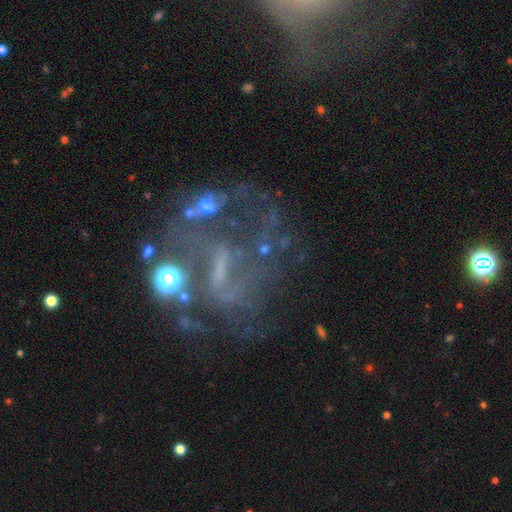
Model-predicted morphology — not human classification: smooth-or-featured: featured or disk: 67% | star or artifact: 22% | smooth: 11%
  disk-edge-on: no: 96% | yes: 4%
    bar: no: 37% | weak: 36% | strong: 27%
    has-spiral-arms: yes: 55% | no: 45%
    bulge-size: none: 54% | small: 30% | moderate: 13% | large: 2% | dominant: 1%
  merging: none: 37% | major disturbance: 34% | minor disturbance: 16% | merger: 13%